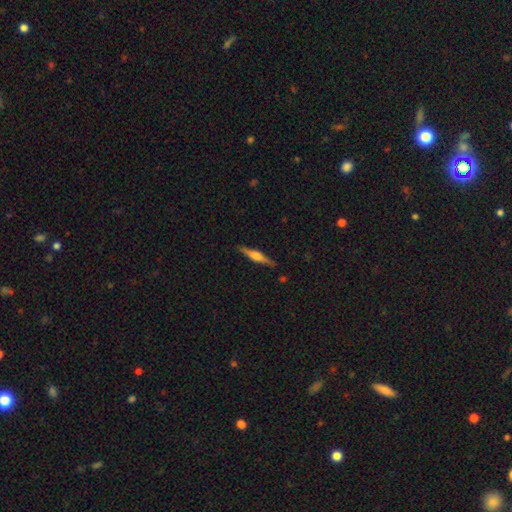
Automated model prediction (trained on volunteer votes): This is likely a featured or disk galaxy (67%). It is clearly viewed edge-on (97%). Edge-on bulge: likely rounded (77%). Merging: clearly none (88%).